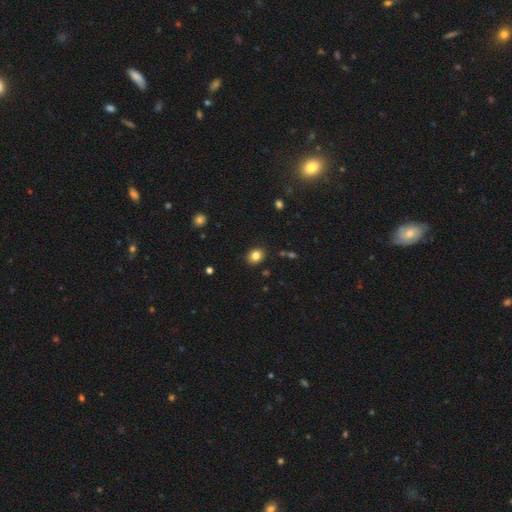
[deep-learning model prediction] This is clearly a smooth galaxy (83%). How rounded: possibly round (58%). Merging: clearly none (88%).